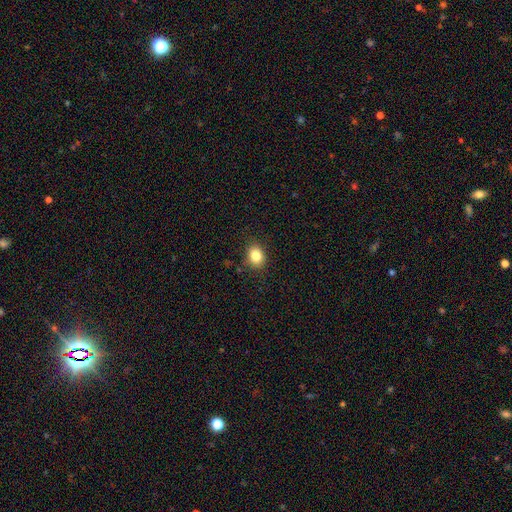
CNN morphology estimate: Smooth or featured: smooth — 83% (star or artifact — 11%)
How rounded: round — 55% (in between — 44%)
Merging: none — 86% (minor disturbance — 11%)